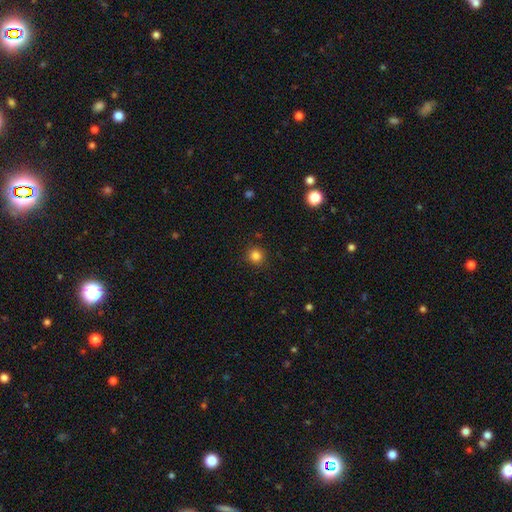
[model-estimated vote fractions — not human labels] A smooth galaxy with no disk features (84%) that is round (92%). Merging: none (90%).